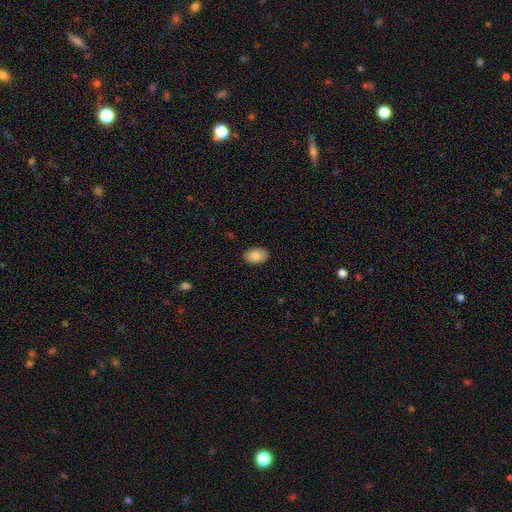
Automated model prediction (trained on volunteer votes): Smooth or featured? Predicted: smooth (p=0.87). How rounded? Predicted: in between (p=0.87). Merging? Predicted: none (p=0.88).